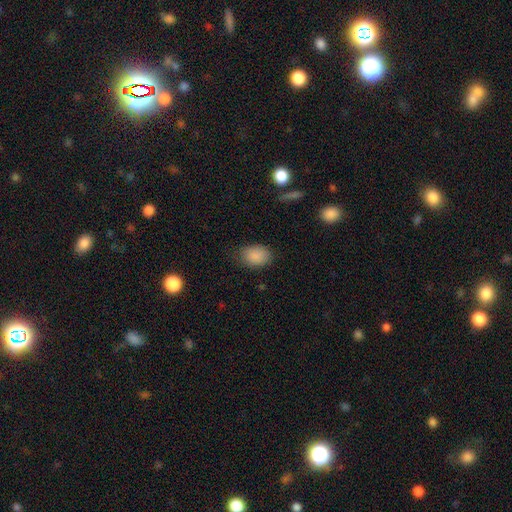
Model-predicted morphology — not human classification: Smooth or featured? Predicted: smooth (p=0.88). How rounded? Predicted: in between (p=0.80). Merging? Predicted: none (p=0.78).